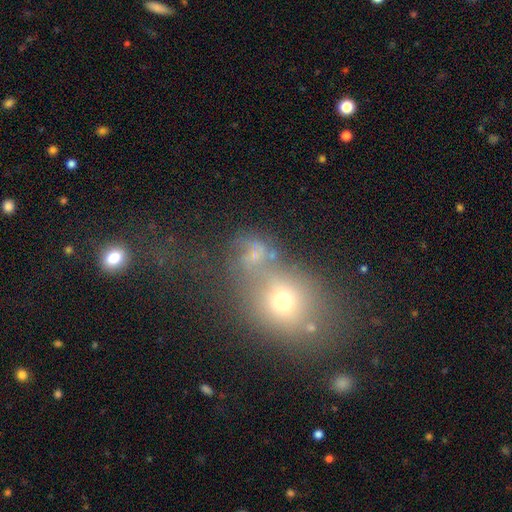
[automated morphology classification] Smooth or featured?
  - smooth: 51% *
  - featured or disk: 26%
  - star or artifact: 23%
How rounded?
  - round: 58% *
  - in between: 40%
  - cigar-shaped: 2%
Merging?
  - merger: 46% *
  - none: 32%
  - major disturbance: 11%
  - minor disturbance: 11%